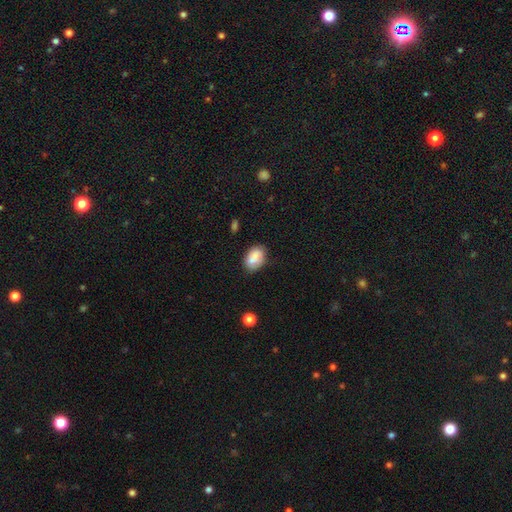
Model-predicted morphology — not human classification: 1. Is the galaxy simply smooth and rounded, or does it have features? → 77% smooth, 15% featured or disk, 8% star or artifact.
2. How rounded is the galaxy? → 86% in between, 13% round, 1% cigar-shaped.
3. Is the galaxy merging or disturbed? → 66% none, 20% minor disturbance, 10% merger, 4% major disturbance.